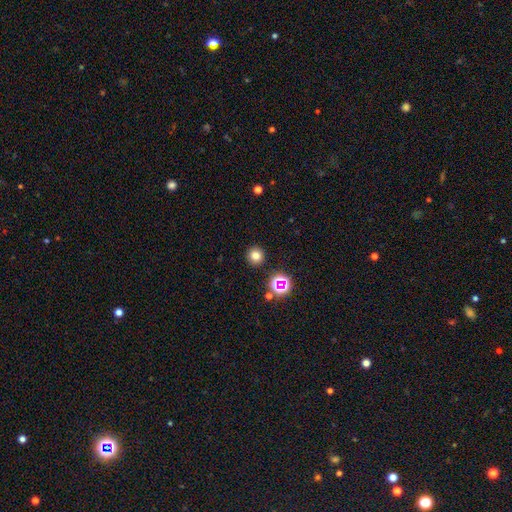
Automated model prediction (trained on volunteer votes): smooth 75%, star or artifact 18%, featured or disk 7%. Down the decision tree: how rounded — round (95%); merging — none (91%).